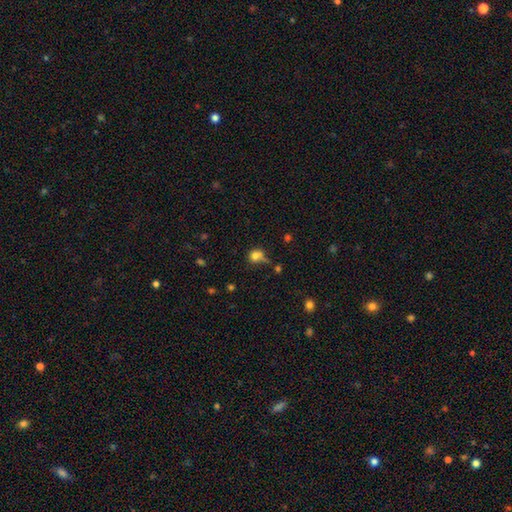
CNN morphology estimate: Smooth or featured? Predicted: smooth (p=0.77). How rounded? Predicted: round (p=0.75). Merging? Predicted: none (p=0.44).